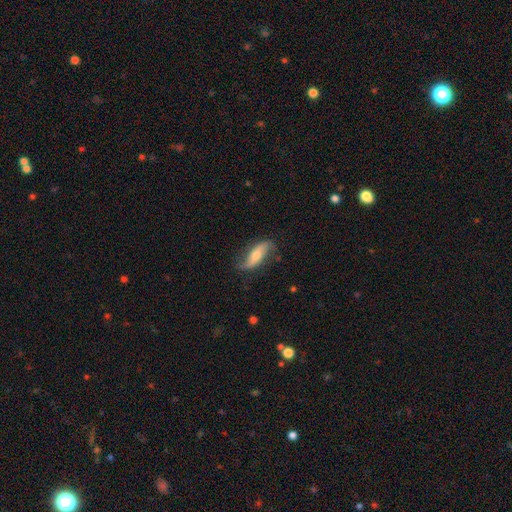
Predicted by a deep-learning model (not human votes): Morphology: type=featured or disk (71%); edge-on=no (84%); bar=no (46%); spiral arms=yes (92%); winding=loose (82%); arm count=2 (91%); bulge=moderate (49%); merging=none (74%).